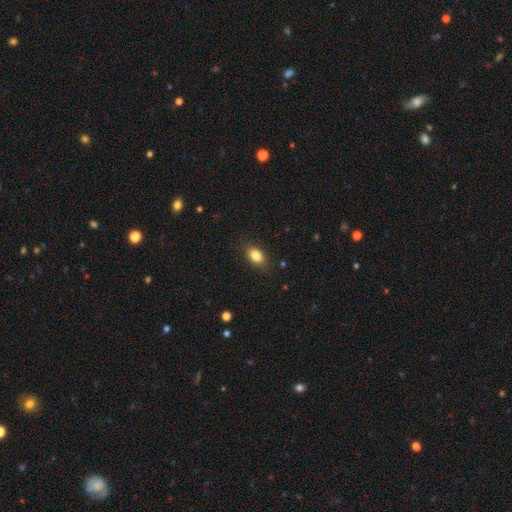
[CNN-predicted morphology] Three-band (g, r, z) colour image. It shows a smooth galaxy with no disk features (85%) that is in between round and cigar-shaped (85%). Merging: none (86%).